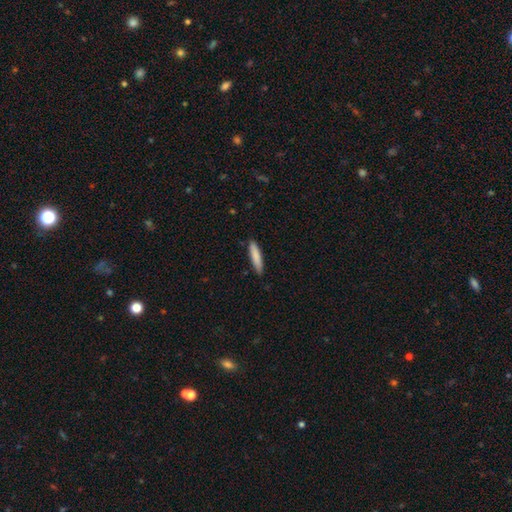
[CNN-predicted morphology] Smooth or featured? smooth (84%)
How rounded? cigar-shaped (85%)
Merging? none (85%)